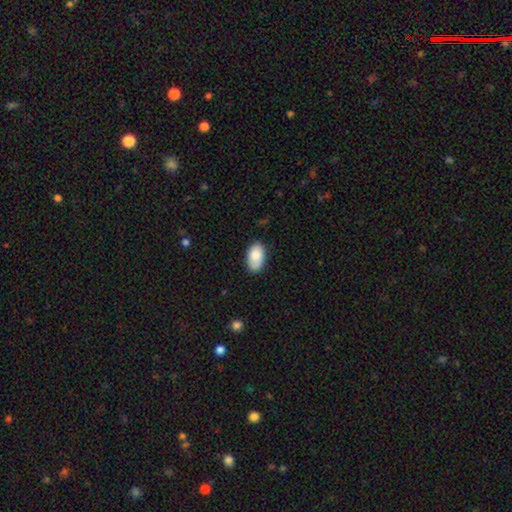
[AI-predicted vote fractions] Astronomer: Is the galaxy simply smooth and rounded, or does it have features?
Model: smooth — 84%.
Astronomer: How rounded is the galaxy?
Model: in between — 94%.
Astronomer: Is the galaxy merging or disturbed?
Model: none — 78%.